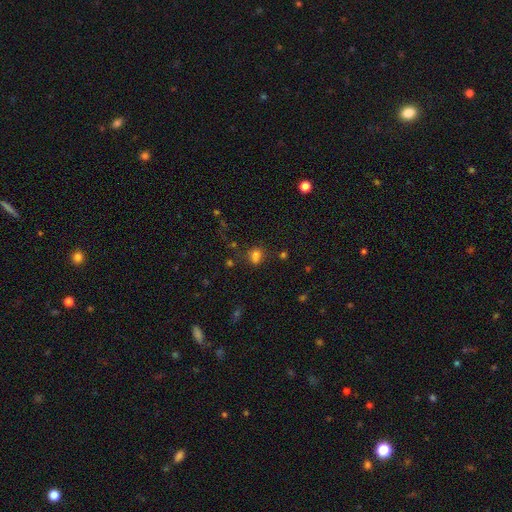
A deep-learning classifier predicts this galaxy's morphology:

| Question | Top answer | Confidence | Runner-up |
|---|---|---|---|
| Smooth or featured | smooth | 72% | star or artifact (21%) |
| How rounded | round | 59% | in between (40%) |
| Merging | none | 62% | minor disturbance (17%) |